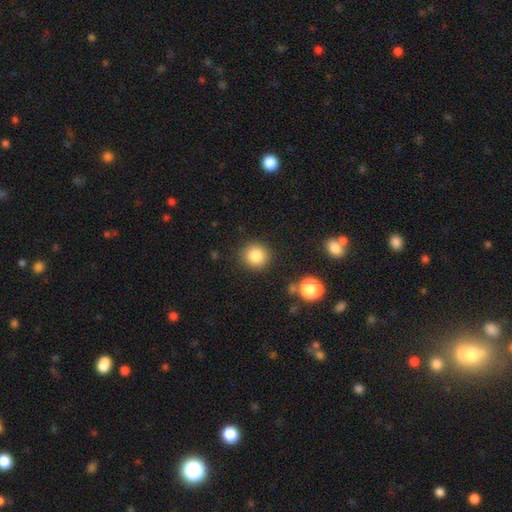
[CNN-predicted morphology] Smooth or featured: smooth — 84% (star or artifact — 11%)
How rounded: round — 92% (in between — 8%)
Merging: none — 88% (minor disturbance — 7%)